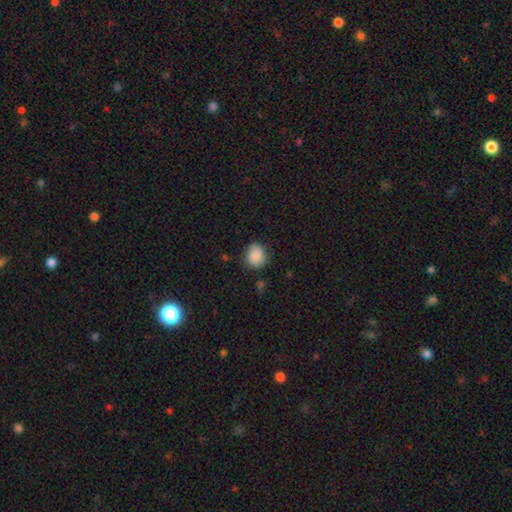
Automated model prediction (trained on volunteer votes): A smooth galaxy with no disk features (87%) that is round (63%). Merging: none (75%).